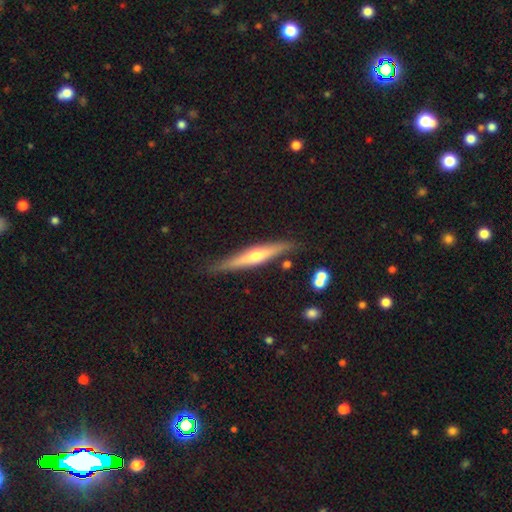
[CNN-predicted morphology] This appears to be a featured or disk galaxy (63%) viewed edge-on (96%) with a rounded central bulge (84%). Merging: none (84%).